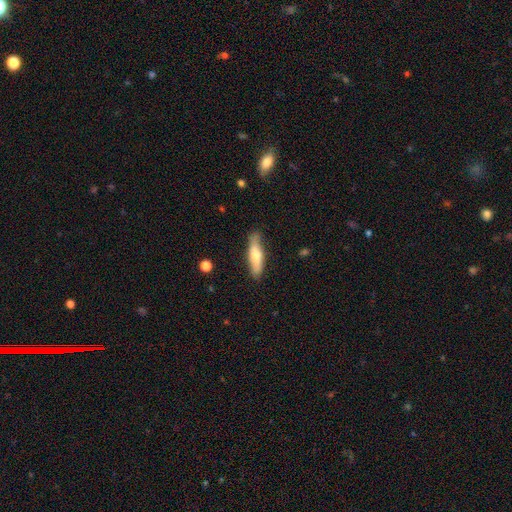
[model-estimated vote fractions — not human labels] A smooth galaxy with no disk features (68%) that is cigar-shaped (64%).

Vote fractions:
- Smooth or featured? smooth: 68% / featured or disk: 27% / star or artifact: 6%
- How rounded? cigar-shaped: 64% / in between: 34% / round: 2%
- Merging? none: 78% / minor disturbance: 17% / major disturbance: 3% / merger: 2%